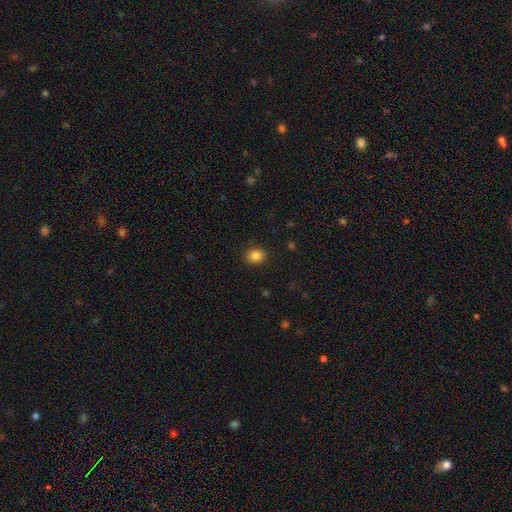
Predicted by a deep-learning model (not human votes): The model was most divided on "how rounded": round: 64%, in between: 35%, cigar-shaped: 1%. More confident: merging — none (88%); smooth or featured — smooth (85%).